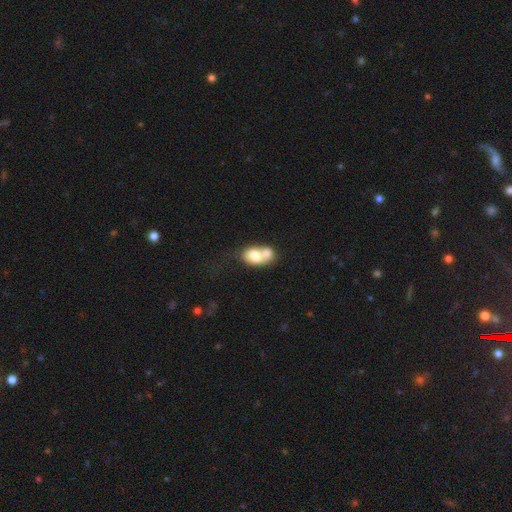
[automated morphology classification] This is likely a smooth galaxy (70%). How rounded: likely in between (73%). Merging: likely merger (70%).